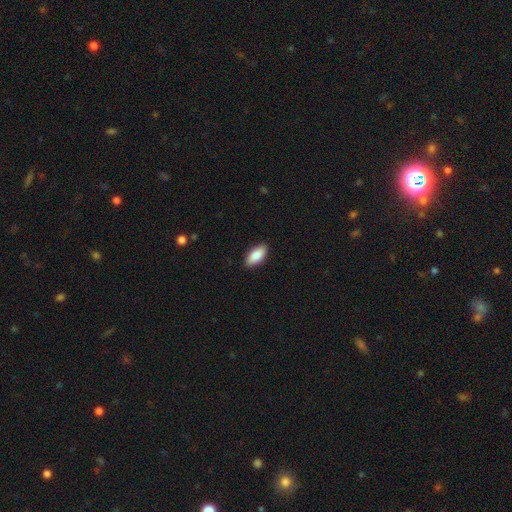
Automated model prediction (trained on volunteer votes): smooth-or-featured: smooth: 86% | featured or disk: 8% | star or artifact: 6%
  how-rounded: in between: 87% | cigar-shaped: 11% | round: 2%
  merging: none: 89% | minor disturbance: 8% | major disturbance: 2% | merger: 1%